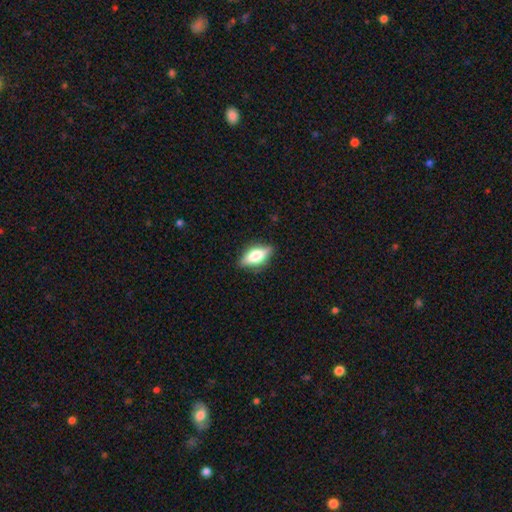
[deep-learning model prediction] Smooth or featured: smooth — 53% (featured or disk — 39%)
How rounded: in between — 76% (cigar-shaped — 19%)
Merging: none — 83% (minor disturbance — 13%)